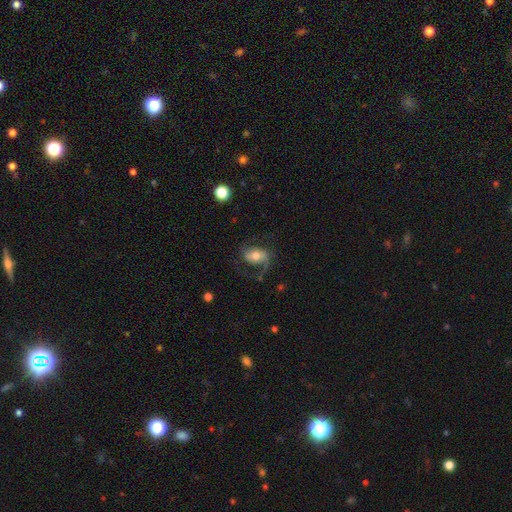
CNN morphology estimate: Smooth or featured? Predicted: featured or disk (p=0.61). Edge-on disk? Predicted: no (p=0.96). Bar? Predicted: no (p=0.51). Spiral arms? Predicted: yes (p=0.88). Spiral winding? Predicted: loose (p=0.50). Spiral arm count? Predicted: 2 (p=0.55). Bulge size? Predicted: moderate (p=0.68). Merging? Predicted: none (p=0.53).